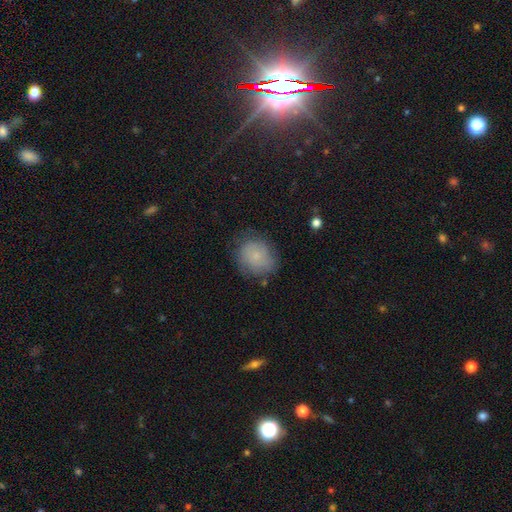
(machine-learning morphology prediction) smooth-or-featured: smooth: 70% | featured or disk: 20% | star or artifact: 10%
  how-rounded: round: 68% | in between: 31% | cigar-shaped: 1%
  merging: none: 68% | minor disturbance: 22% | major disturbance: 8% | merger: 2%